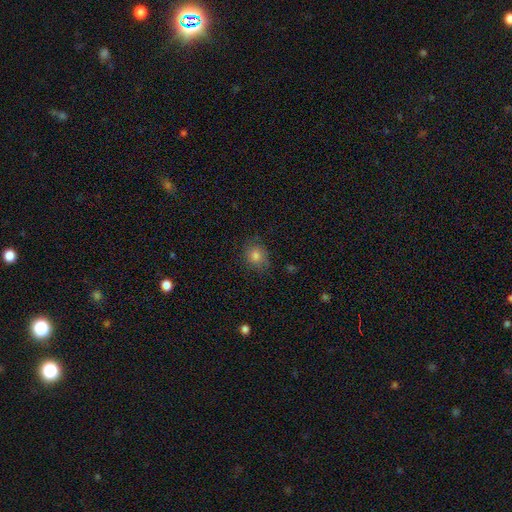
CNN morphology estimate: Q: Smooth or featured?
A: smooth (78%); runner-up: star or artifact (13%)
Q: How rounded?
A: round (69%); runner-up: in between (30%)
Q: Merging?
A: none (77%); runner-up: minor disturbance (17%)